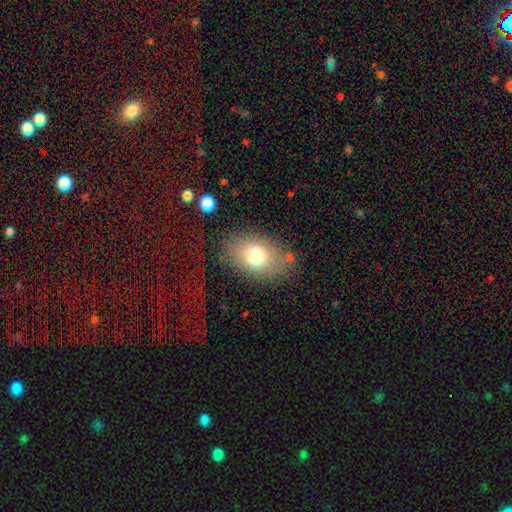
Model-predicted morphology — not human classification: A smooth galaxy with no disk features (74%) that is in between round and cigar-shaped (82%).

Vote fractions:
- Smooth or featured? smooth: 74% / featured or disk: 15% / star or artifact: 10%
- How rounded? in between: 82% / round: 17% / cigar-shaped: 1%
- Merging? none: 73% / minor disturbance: 15% / major disturbance: 9% / merger: 3%